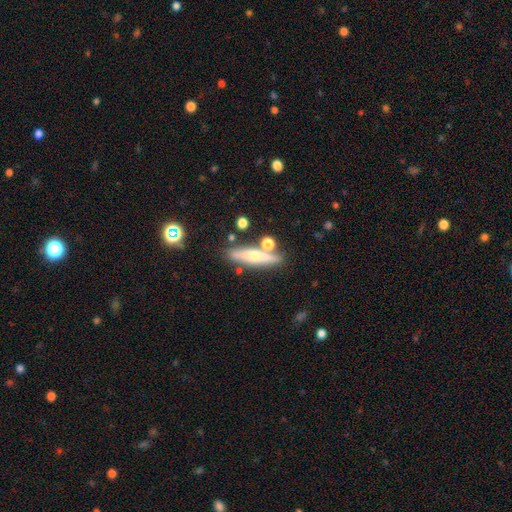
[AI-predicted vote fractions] Smooth or featured? Predicted: smooth (p=0.46). Merging? Predicted: none (p=0.75).